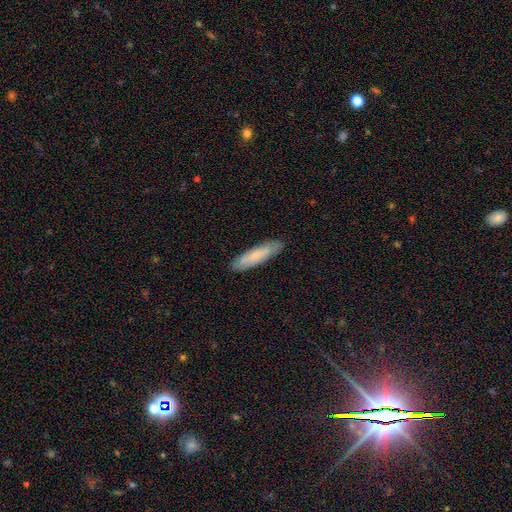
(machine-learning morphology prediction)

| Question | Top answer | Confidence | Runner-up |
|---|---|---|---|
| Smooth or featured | smooth | 69% | featured or disk (25%) |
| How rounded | cigar-shaped | 79% | in between (19%) |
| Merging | none | 87% | minor disturbance (10%) |